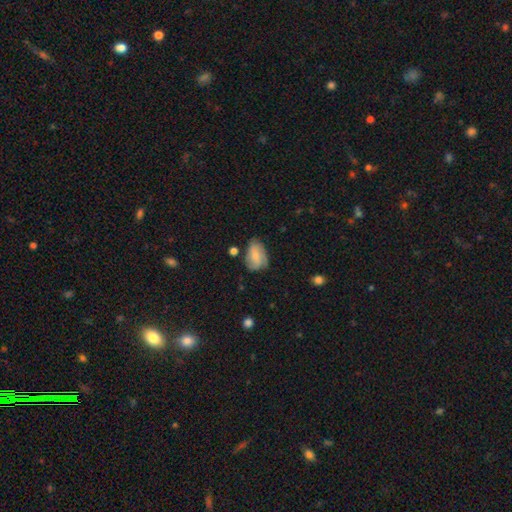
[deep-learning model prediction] smooth_or_featured: smooth (p=0.66) [alt: featured or disk p=0.26]
how_rounded: in between (p=0.84) [alt: round p=0.14]
merging: none (p=0.53) [alt: minor disturbance p=0.33]